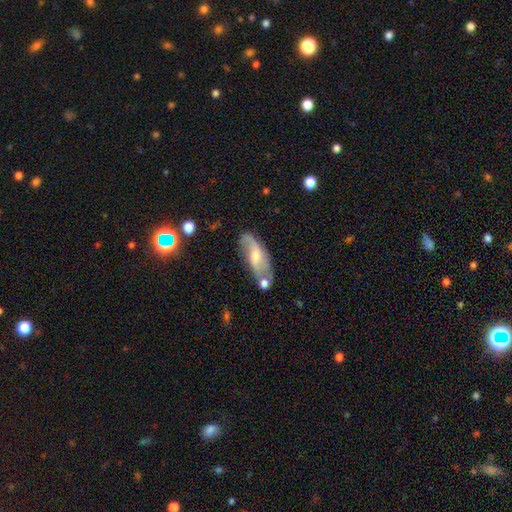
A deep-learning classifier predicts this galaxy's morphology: The model was most divided on "bar" (2-way tie): weak: 43%, no: 43%, strong: 14%. Remaining: edge-on disk — no (85%); spiral arms — yes (82%); smooth or featured — featured or disk (61%); merging — none (59%); bulge size — moderate (49%).